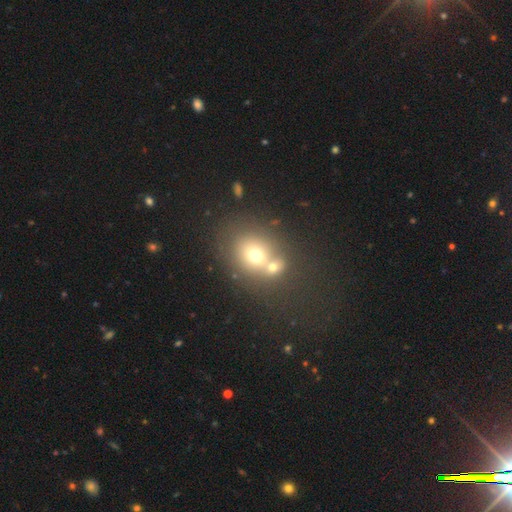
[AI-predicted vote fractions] smooth 64%, featured or disk 20%, star or artifact 16%. Down the decision tree: how rounded — round (60%); merging — merger (47%).